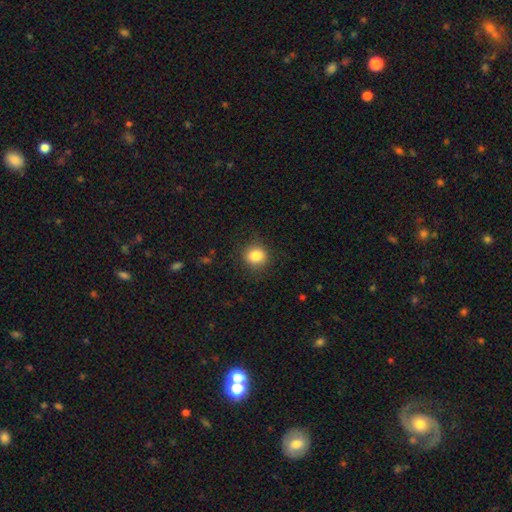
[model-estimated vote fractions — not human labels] Smooth or featured? Predicted: smooth (p=0.84). How rounded? Predicted: round (p=0.82). Merging? Predicted: none (p=0.86).